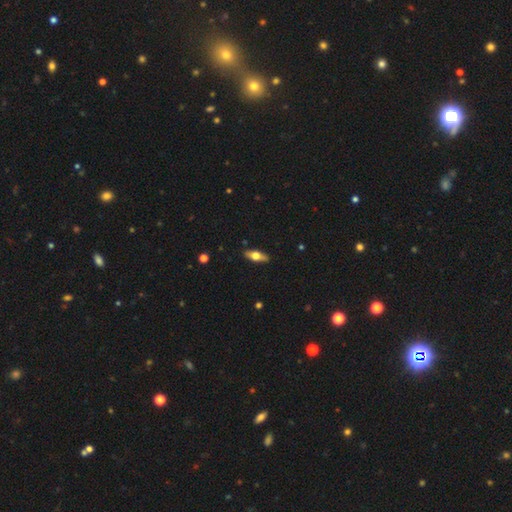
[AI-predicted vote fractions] smooth-or-featured: smooth: 47% (tied) | featured or disk: 47% (tied) | star or artifact: 6%
  merging: none: 88% | minor disturbance: 9% | major disturbance: 2% | merger: 1%